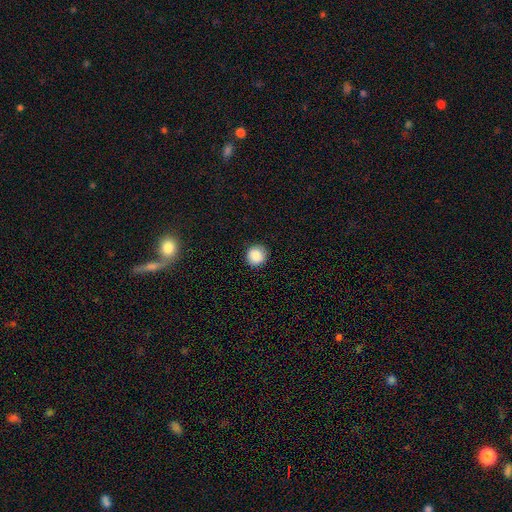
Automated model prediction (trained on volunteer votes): A smooth galaxy with no disk features (88%) that is round (94%).

Vote fractions:
- Smooth or featured? smooth: 88% / star or artifact: 9% / featured or disk: 3%
- How rounded? round: 94% / in between: 5% / cigar-shaped: 1%
- Merging? none: 90% / minor disturbance: 7% / major disturbance: 2% / merger: 1%